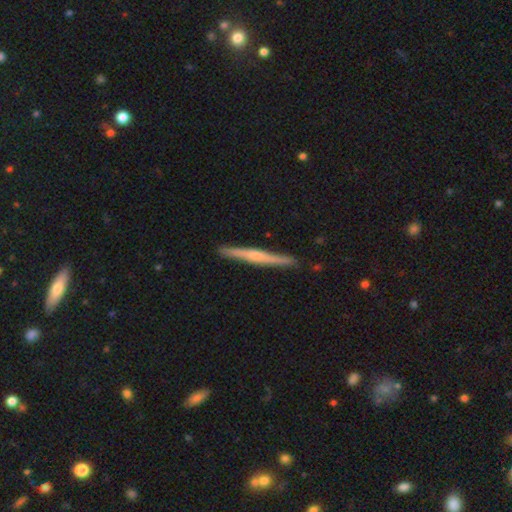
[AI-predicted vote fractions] Smooth or featured? featured or disk (64%)
Edge-on disk? yes (97%)
Edge-on bulge? rounded (57%)
Merging? none (89%)